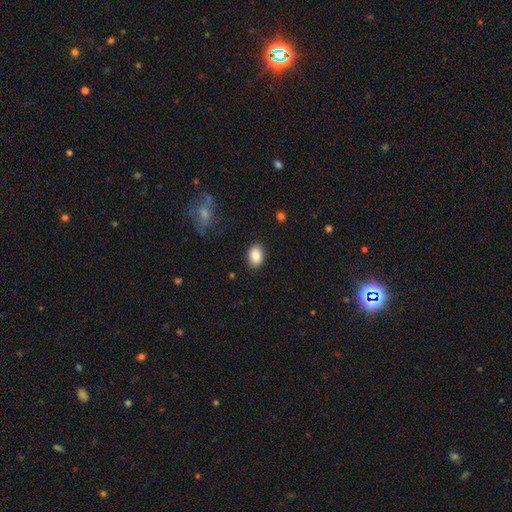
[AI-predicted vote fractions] Smooth or featured: smooth — 87% (star or artifact — 8%)
How rounded: in between — 83% (round — 16%)
Merging: none — 86% (minor disturbance — 10%)